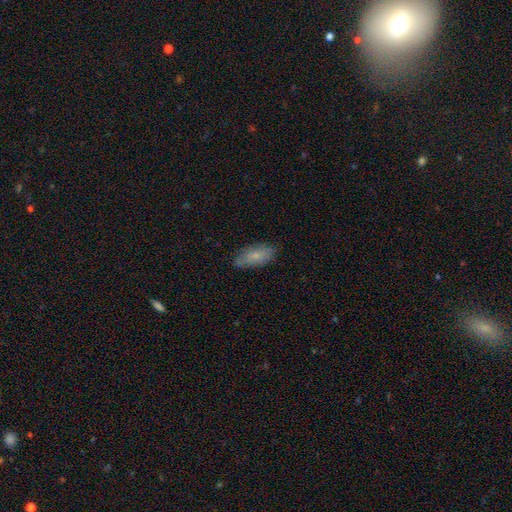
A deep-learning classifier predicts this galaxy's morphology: Smooth or featured: smooth — 70% (featured or disk — 23%)
How rounded: in between — 86% (cigar-shaped — 11%)
Merging: none — 72% (minor disturbance — 22%)